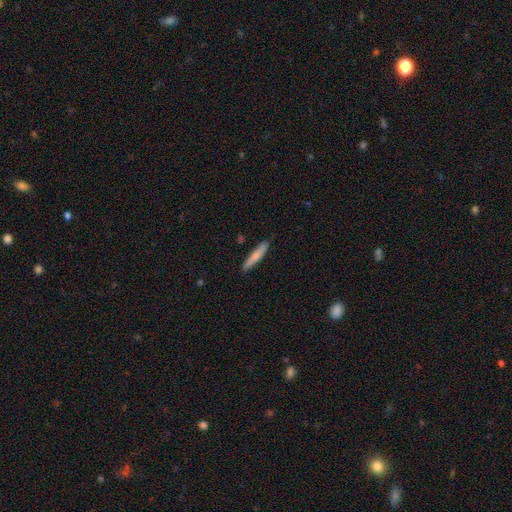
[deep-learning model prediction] Q: Smooth or featured?
A: smooth (72%); runner-up: featured or disk (23%)
Q: How rounded?
A: cigar-shaped (92%); runner-up: in between (7%)
Q: Merging?
A: none (87%); runner-up: minor disturbance (10%)